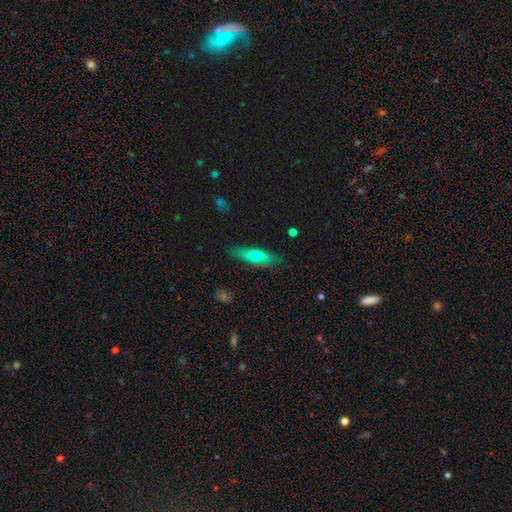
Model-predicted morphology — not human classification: Smooth or featured?
  - smooth: 65% *
  - featured or disk: 28%
  - star or artifact: 7%
How rounded?
  - cigar-shaped: 58% *
  - in between: 39%
  - round: 2%
Merging?
  - none: 82% *
  - minor disturbance: 13%
  - major disturbance: 3%
  - merger: 2%